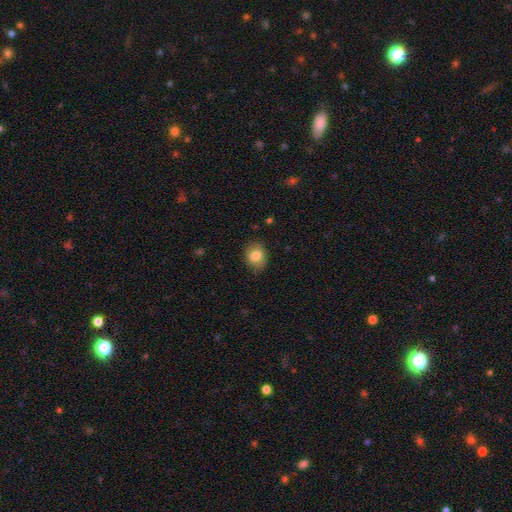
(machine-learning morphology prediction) This is clearly a smooth galaxy (82%). How rounded: possibly round (56%). Merging: clearly none (83%).